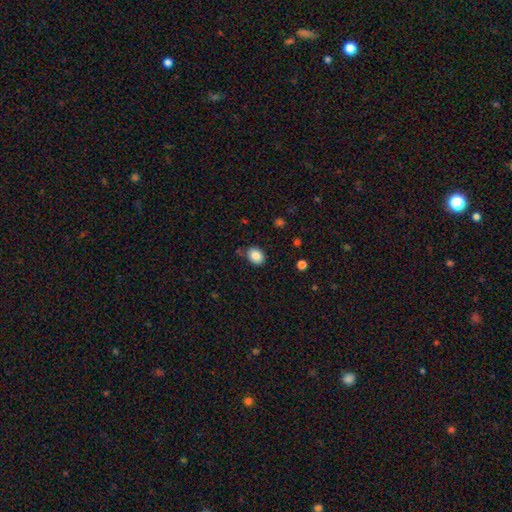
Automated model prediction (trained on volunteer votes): Q: Smooth or featured?
A: smooth (86%); runner-up: star or artifact (9%)
Q: How rounded?
A: in between (59%); runner-up: round (40%)
Q: Merging?
A: none (75%); runner-up: minor disturbance (18%)